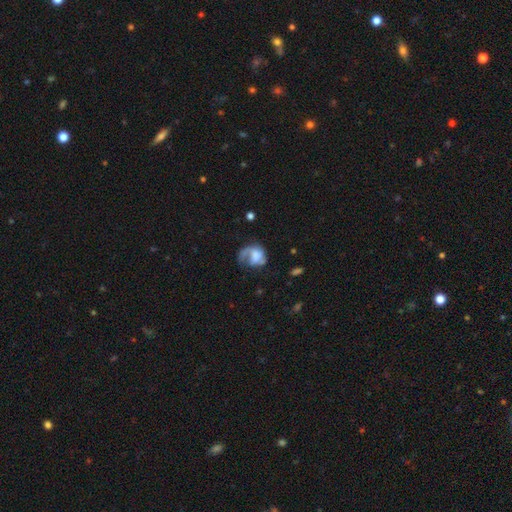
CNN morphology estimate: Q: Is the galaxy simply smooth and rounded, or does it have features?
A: featured or disk — 52%.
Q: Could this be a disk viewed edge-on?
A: no — 98%.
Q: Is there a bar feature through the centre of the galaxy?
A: no — 71%.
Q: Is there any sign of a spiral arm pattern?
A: yes — 70%.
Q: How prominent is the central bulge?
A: none — 39%.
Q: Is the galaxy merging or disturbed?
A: major disturbance — 43%.